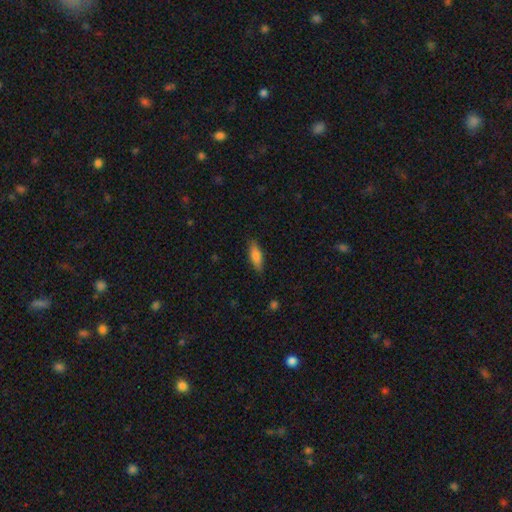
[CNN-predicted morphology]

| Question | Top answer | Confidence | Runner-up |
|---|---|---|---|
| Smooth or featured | smooth | 77% | featured or disk (16%) |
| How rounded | in between | 55% | cigar-shaped (43%) |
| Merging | none | 84% | minor disturbance (12%) |